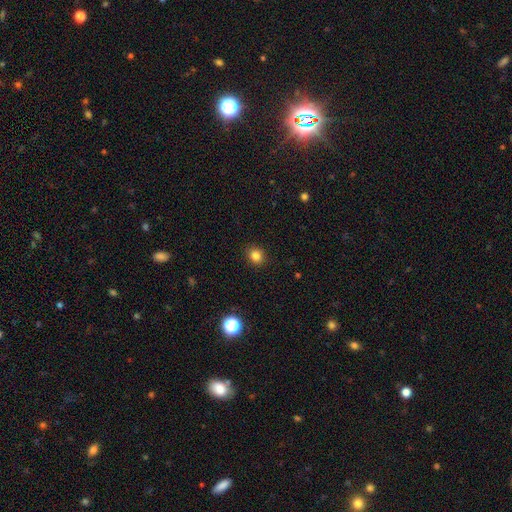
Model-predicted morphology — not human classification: Smooth or featured?
  - smooth: 83% *
  - star or artifact: 13%
  - featured or disk: 4%
How rounded?
  - round: 78% *
  - in between: 21%
  - cigar-shaped: 1%
Merging?
  - none: 90% *
  - minor disturbance: 7%
  - major disturbance: 2%
  - merger: 1%